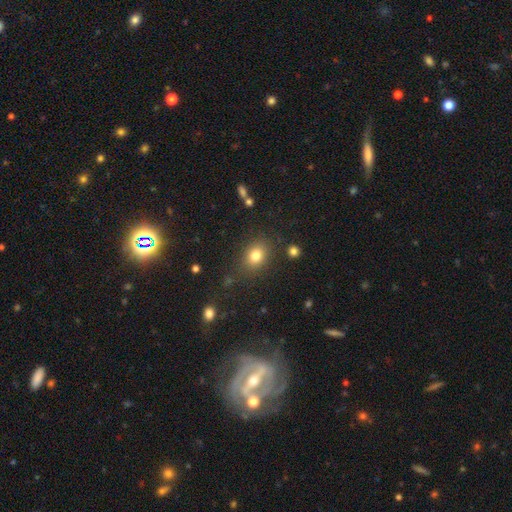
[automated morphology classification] smooth_or_featured: smooth (p=0.80) [alt: star or artifact p=0.13]
how_rounded: in between (p=0.51) [alt: round p=0.48]
merging: none (p=0.82) [alt: minor disturbance p=0.11]